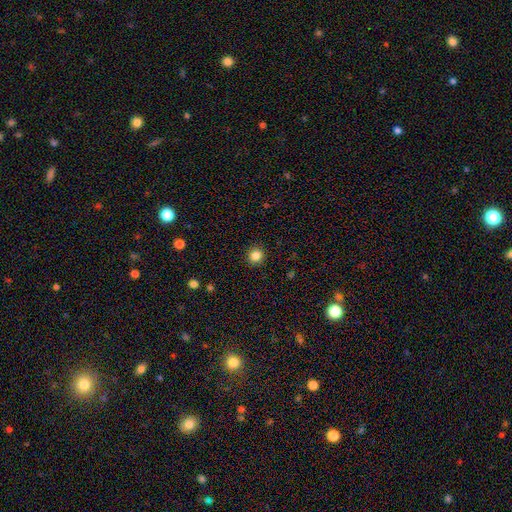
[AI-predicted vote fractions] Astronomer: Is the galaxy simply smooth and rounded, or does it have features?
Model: smooth — 85%.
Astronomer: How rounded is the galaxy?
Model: round — 91%.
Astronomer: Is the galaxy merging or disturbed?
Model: none — 92%.